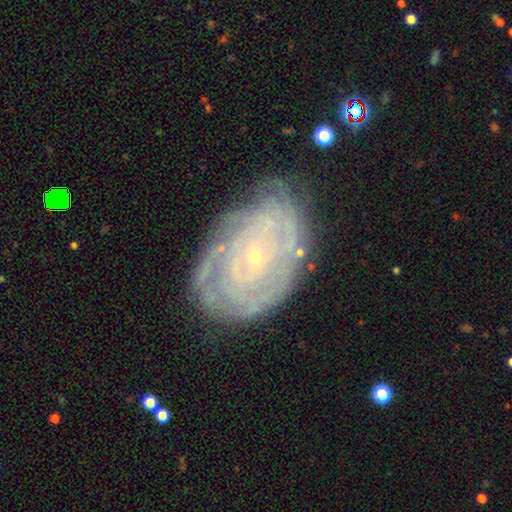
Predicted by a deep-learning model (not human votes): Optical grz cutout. It shows a featured or disk galaxy (82%) with no bar (78%), tight (82%) spiral arms (91%) and a small central bulge (86%). Merging: none (71%).